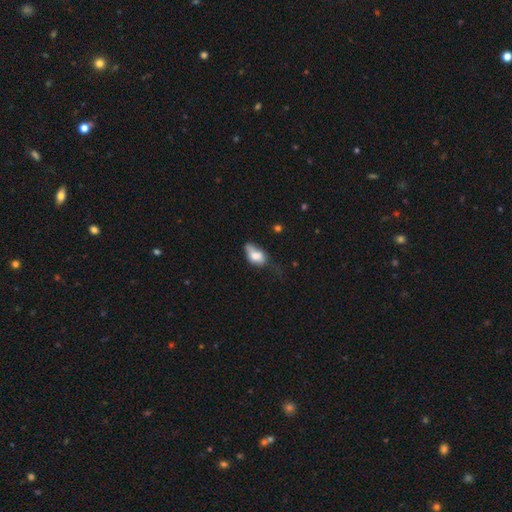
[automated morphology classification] Smooth or featured: smooth — 71% (featured or disk — 20%)
How rounded: in between — 85% (round — 10%)
Merging: minor disturbance — 37% (major disturbance — 30%)